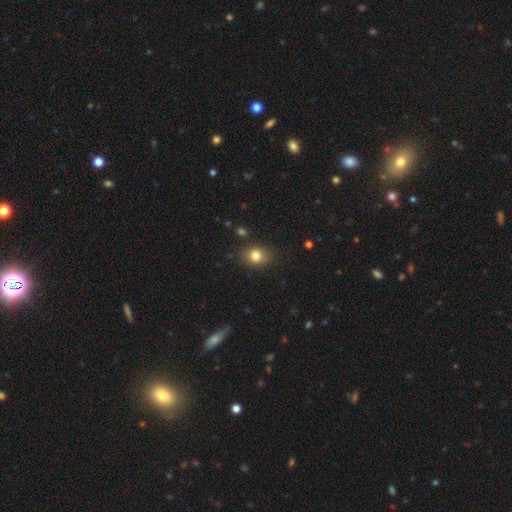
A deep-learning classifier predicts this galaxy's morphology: Smooth or featured: smooth — 82% (star or artifact — 11%)
How rounded: round — 55% (in between — 44%)
Merging: none — 81% (minor disturbance — 14%)